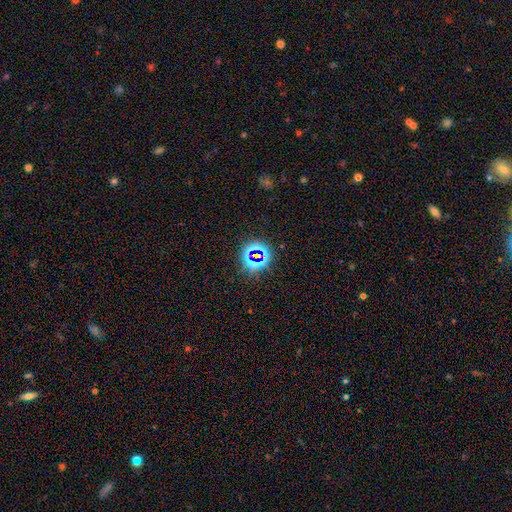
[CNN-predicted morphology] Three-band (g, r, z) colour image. It shows a star or artifact, not a galaxy (73%).